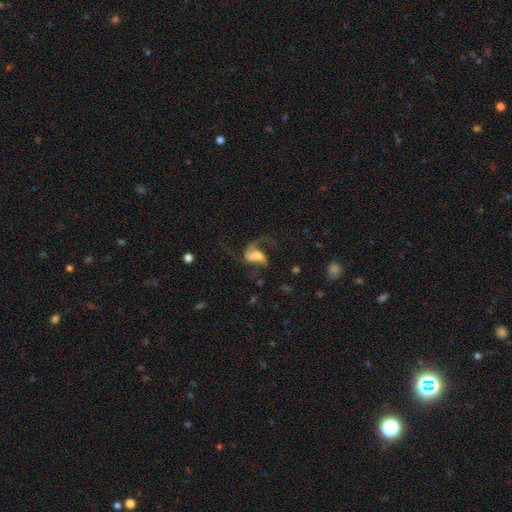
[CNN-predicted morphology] Q: Smooth or featured?
A: featured or disk (69%); runner-up: smooth (21%)
Q: Edge-on disk?
A: no (97%); runner-up: yes (3%)
Q: Bar?
A: weak (41%); runner-up: no (33%)
Q: Spiral arms?
A: yes (88%); runner-up: no (12%)
Q: Spiral winding?
A: loose (64%); runner-up: medium (30%)
Q: Spiral arm count?
A: 2 (62%); runner-up: 1 (16%)
Q: Bulge size?
A: moderate (25%); tied with: large (25%)
Q: Merging?
A: major disturbance (43%); runner-up: none (37%)